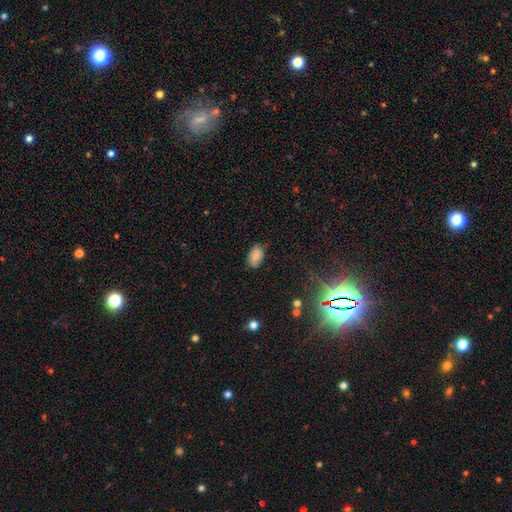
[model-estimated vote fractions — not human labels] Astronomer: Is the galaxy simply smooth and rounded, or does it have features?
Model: smooth — 83%.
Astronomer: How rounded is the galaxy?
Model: in between — 91%.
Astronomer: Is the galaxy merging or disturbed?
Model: none — 75%.